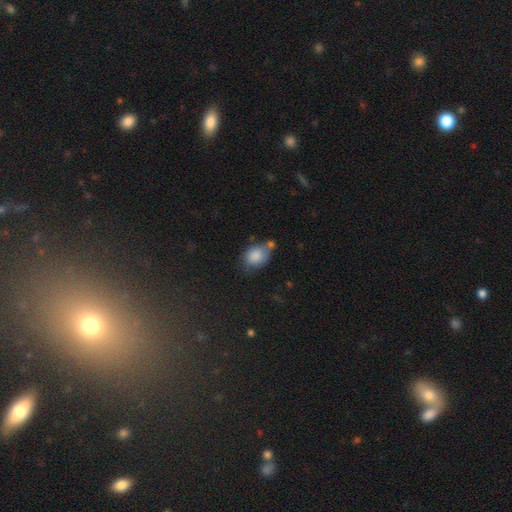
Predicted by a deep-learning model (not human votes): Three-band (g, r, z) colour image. It shows a smooth galaxy with no disk features (85%) that is in between round and cigar-shaped (62%). Merging: none (47%).